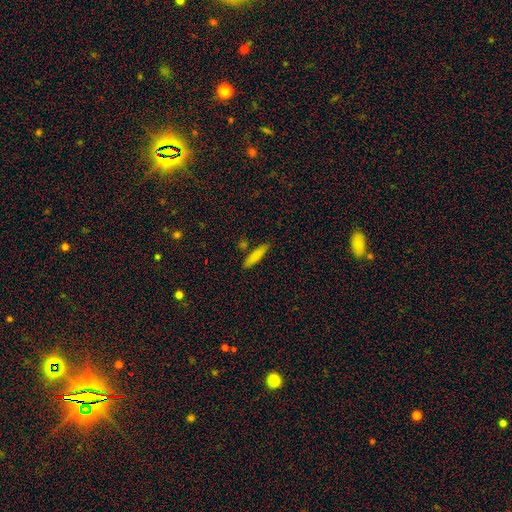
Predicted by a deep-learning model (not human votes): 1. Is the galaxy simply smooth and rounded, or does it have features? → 79% smooth, 13% featured or disk, 7% star or artifact.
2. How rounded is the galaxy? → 86% cigar-shaped, 13% in between, 2% round.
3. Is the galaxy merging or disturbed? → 84% none, 9% minor disturbance, 4% merger, 2% major disturbance.